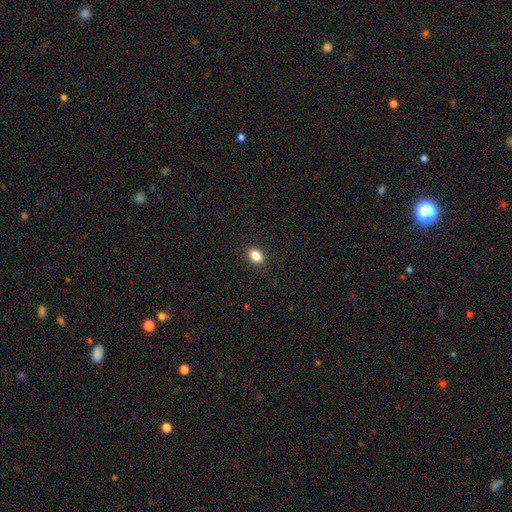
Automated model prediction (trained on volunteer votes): Smooth or featured: smooth — 86% (star or artifact — 10%)
How rounded: in between — 77% (round — 22%)
Merging: none — 90% (minor disturbance — 8%)